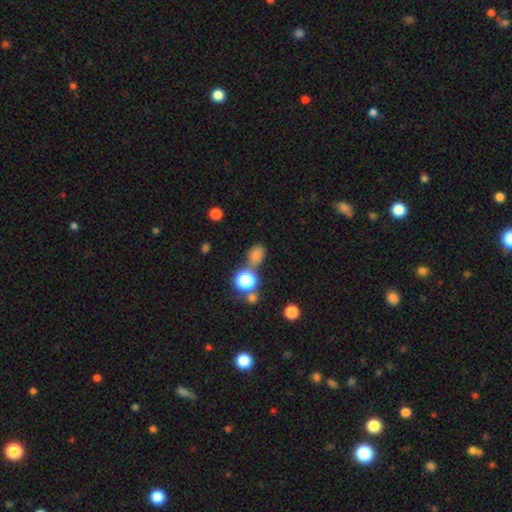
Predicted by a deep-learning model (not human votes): Morphology: type=smooth (71%); roundness=in between (55%); merging=none (66%).